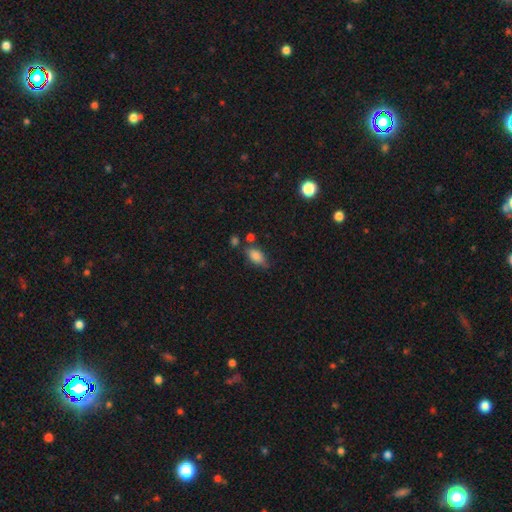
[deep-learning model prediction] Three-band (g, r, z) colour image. It shows a smooth galaxy with no disk features (82%) that is in between round and cigar-shaped (88%). Merging: none (57%).